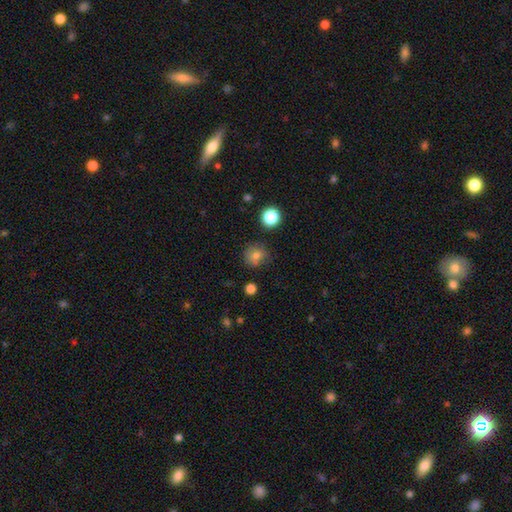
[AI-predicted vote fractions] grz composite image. It shows a smooth galaxy with no disk features (78%) that is round (85%). Merging: none (74%).